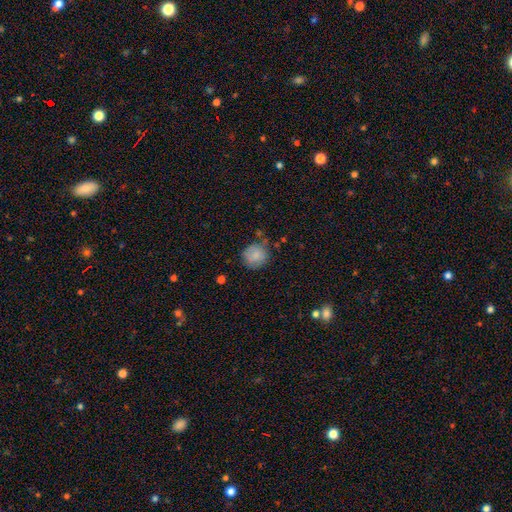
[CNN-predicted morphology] This is clearly a smooth galaxy (81%). How rounded: clearly round (89%). Merging: likely none (71%).